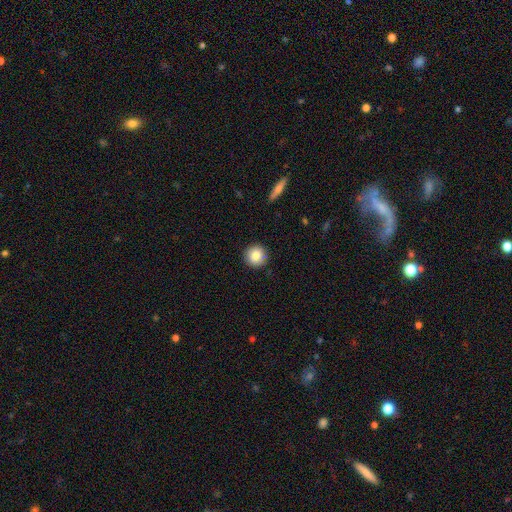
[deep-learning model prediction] Smooth or featured: smooth — 84% (star or artifact — 9%)
How rounded: round — 94% (in between — 5%)
Merging: none — 92% (minor disturbance — 6%)